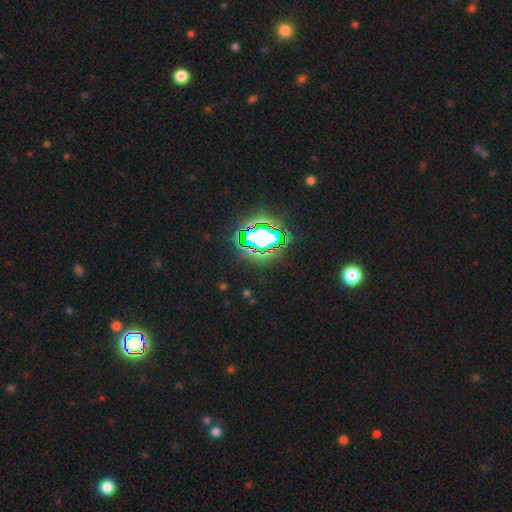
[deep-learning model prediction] Q: Smooth or featured?
A: star or artifact (83%); runner-up: smooth (10%)